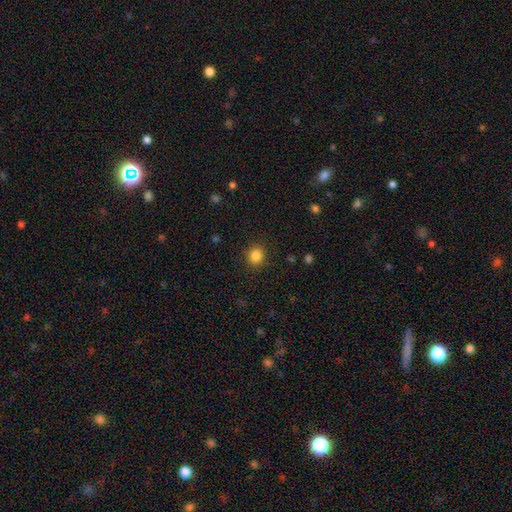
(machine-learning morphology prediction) Overall: smooth (84%). How rounded: round (86%). Merging: none (90%).